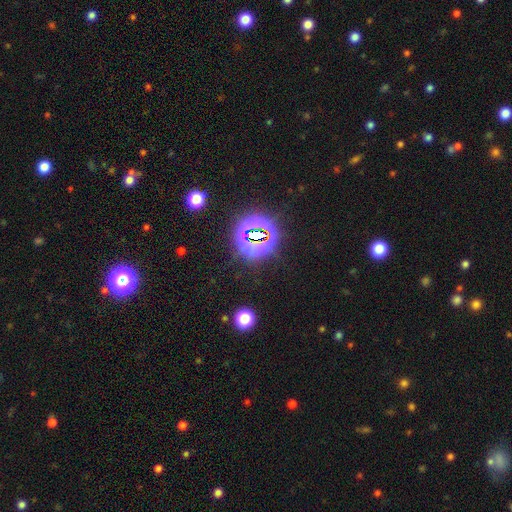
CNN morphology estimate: This is likely a star or artifact rather than a galaxy (79%).